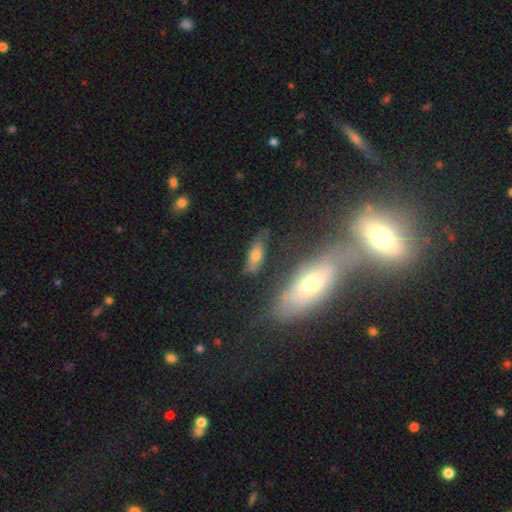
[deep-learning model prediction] Q: Smooth or featured?
A: smooth (58%); runner-up: featured or disk (32%)
Q: How rounded?
A: in between (67%); runner-up: cigar-shaped (28%)
Q: Merging?
A: none (61%); runner-up: minor disturbance (22%)